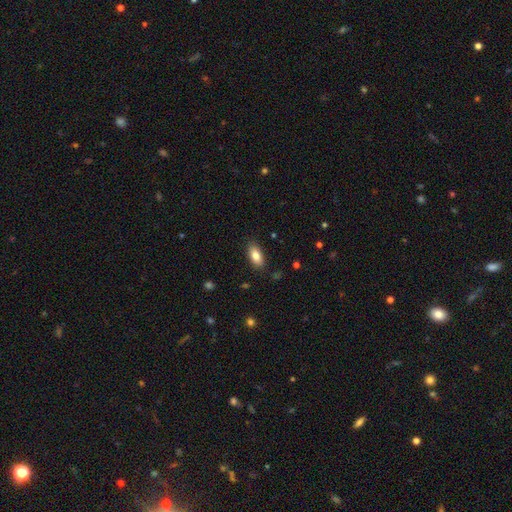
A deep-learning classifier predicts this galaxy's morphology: Smooth or featured: smooth — 84% (featured or disk — 9%)
How rounded: in between — 88% (cigar-shaped — 8%)
Merging: none — 87% (minor disturbance — 10%)